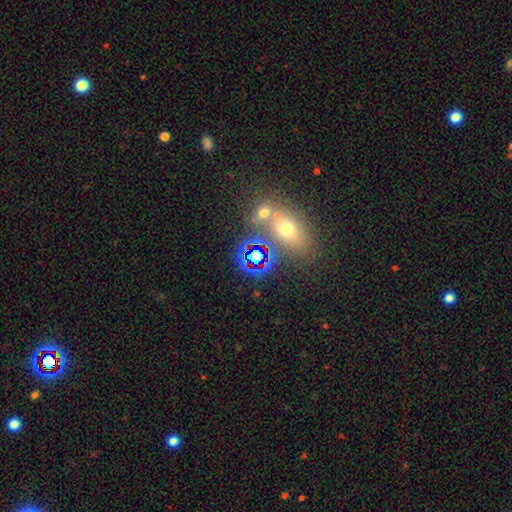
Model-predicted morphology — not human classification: A star or artifact, not a galaxy (51%).

Vote fractions:
- Smooth or featured? star or artifact: 51% / smooth: 36% / featured or disk: 12%